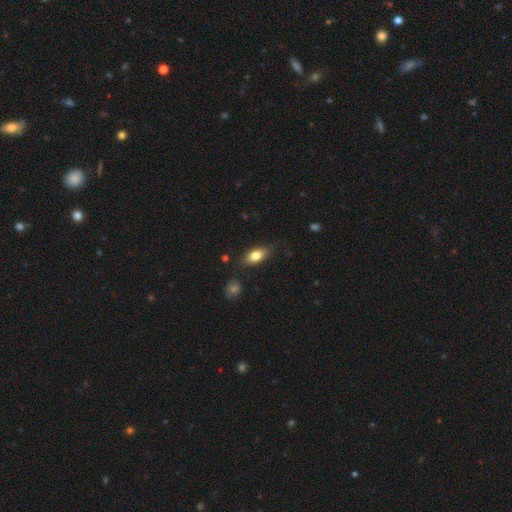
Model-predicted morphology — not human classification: smooth-or-featured: smooth: 79% | featured or disk: 14% | star or artifact: 7%
  how-rounded: in between: 87% | cigar-shaped: 9% | round: 5%
  merging: none: 81% | minor disturbance: 13% | major disturbance: 3% | merger: 2%